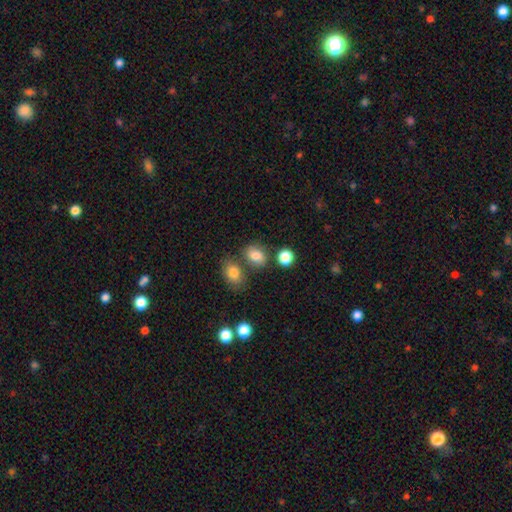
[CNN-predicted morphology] This is likely a smooth galaxy (79%). How rounded: possibly in between (58%). Merging: likely none (67%).